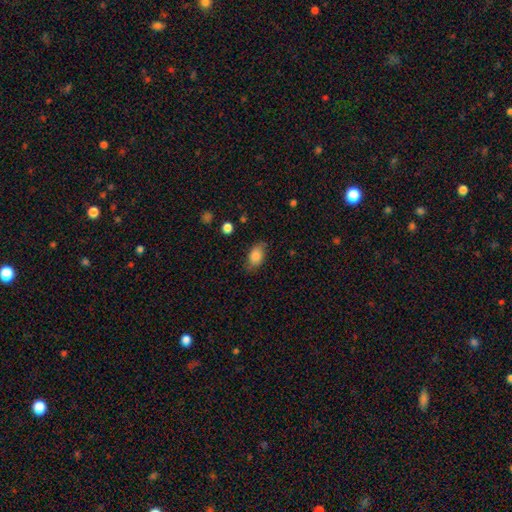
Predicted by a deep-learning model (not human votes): This is clearly a smooth galaxy (82%). How rounded: clearly in between (87%). Merging: likely none (75%).